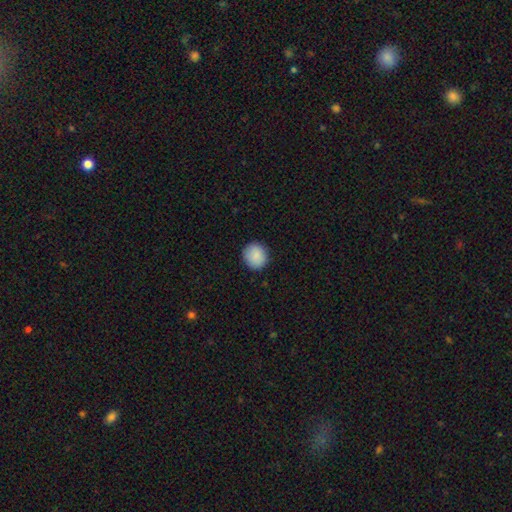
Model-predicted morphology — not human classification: smooth-or-featured: smooth: 89% | star or artifact: 7% | featured or disk: 4%
  how-rounded: round: 89% | in between: 10% | cigar-shaped: 1%
  merging: none: 90% | minor disturbance: 7% | major disturbance: 2% | merger: 1%